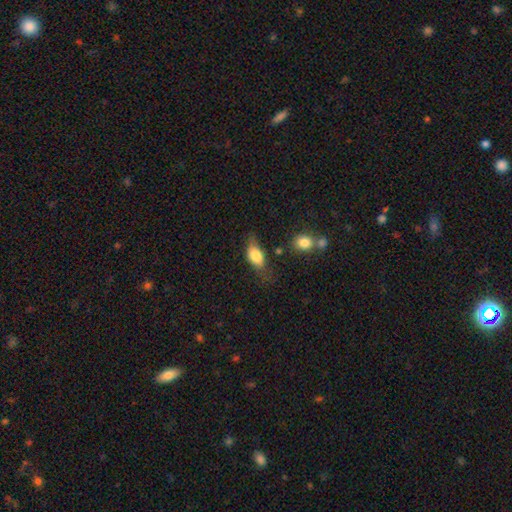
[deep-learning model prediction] Morphology: type=smooth (77%); roundness=in between (84%); merging=none (52%).